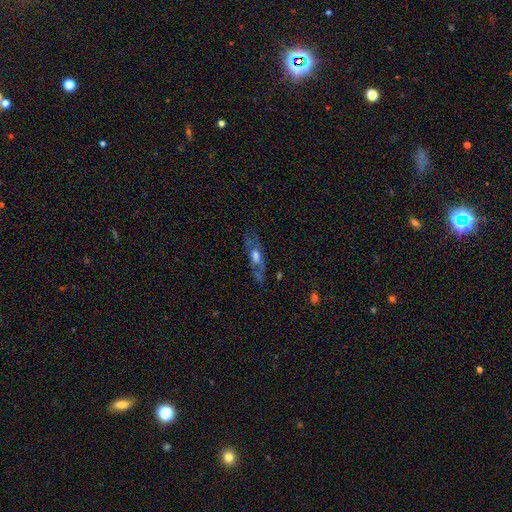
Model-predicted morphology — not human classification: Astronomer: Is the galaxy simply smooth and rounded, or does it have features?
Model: featured or disk — 53% (runner-up: smooth, 37%).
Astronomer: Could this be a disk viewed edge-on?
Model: no — 54% (runner-up: yes, 46%).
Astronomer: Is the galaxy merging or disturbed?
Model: none — 62%.